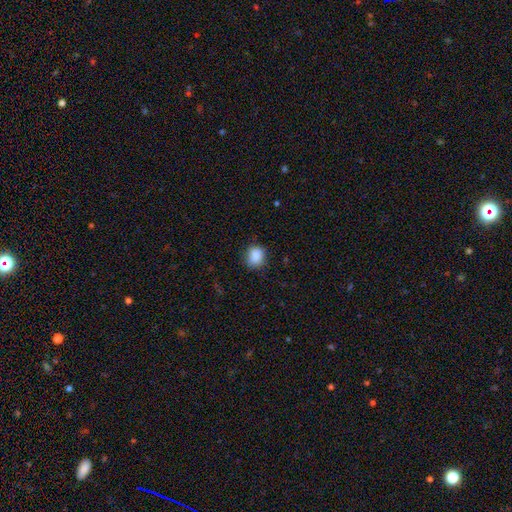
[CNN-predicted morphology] A smooth galaxy with no disk features (87%) that is round (67%).

Vote fractions:
- Smooth or featured? smooth: 87% / star or artifact: 9% / featured or disk: 4%
- How rounded? round: 67% / in between: 32% / cigar-shaped: 1%
- Merging? none: 80% / minor disturbance: 16% / major disturbance: 3% / merger: 1%